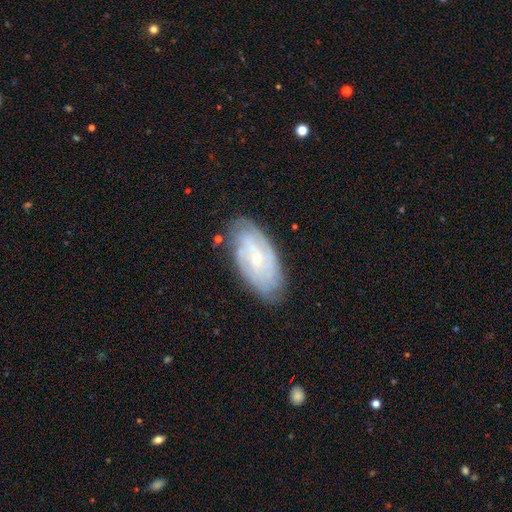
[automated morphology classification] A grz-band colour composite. It shows a featured or disk galaxy (68%) with no bar (51%), tight (70%) spiral arms (90%) and a small central bulge (67%). Merging: none (80%).